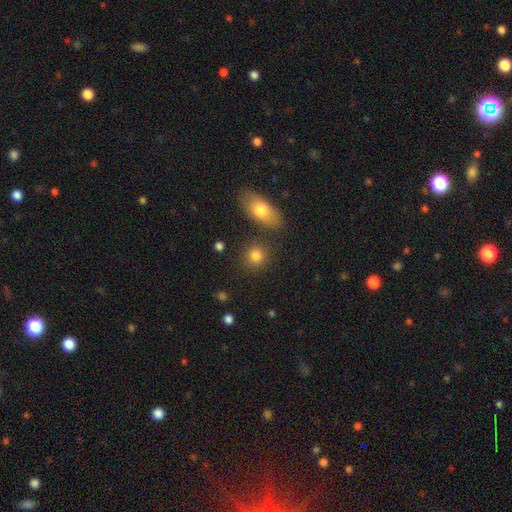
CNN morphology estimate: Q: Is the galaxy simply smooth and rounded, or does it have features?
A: smooth — 83%.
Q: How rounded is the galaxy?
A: round — 86%.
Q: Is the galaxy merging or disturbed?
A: none — 83%.